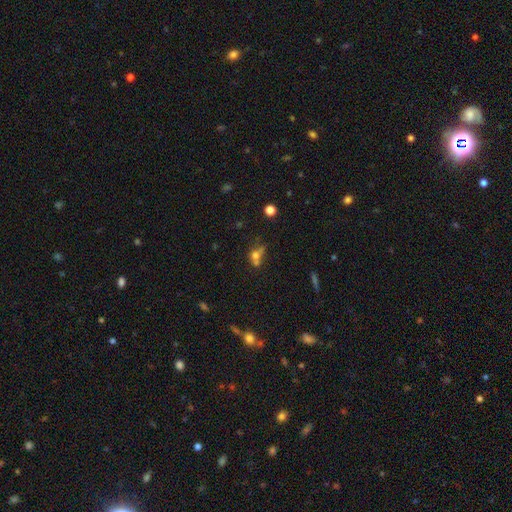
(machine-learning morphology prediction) The model was most divided on "merging": merger: 49%, none: 32%, minor disturbance: 11%, major disturbance: 8%. More confident: how rounded — round (62%); smooth or featured — smooth (61%).